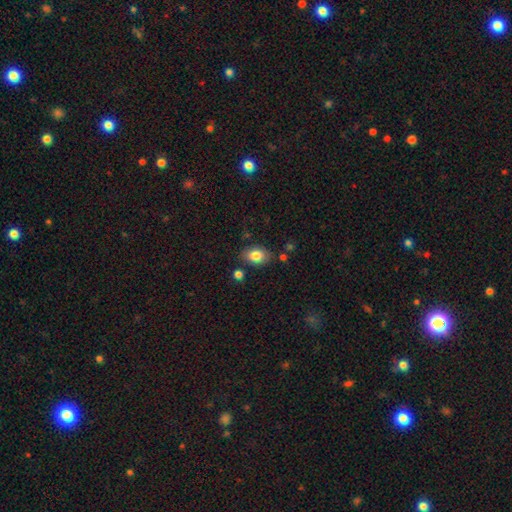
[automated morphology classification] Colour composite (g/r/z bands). It shows a smooth galaxy with no disk features (83%) that is in between round and cigar-shaped (78%). Merging: none (79%).